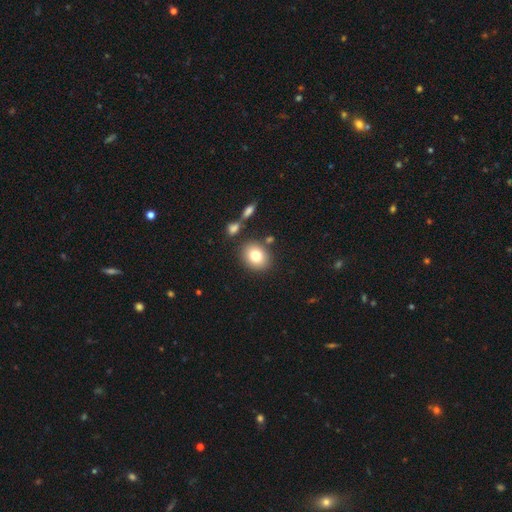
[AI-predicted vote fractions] smooth-or-featured: smooth: 80% | featured or disk: 10% | star or artifact: 10%
  how-rounded: round: 54% | in between: 45% | cigar-shaped: 1%
  merging: none: 80% | minor disturbance: 9% | merger: 8% | major disturbance: 3%